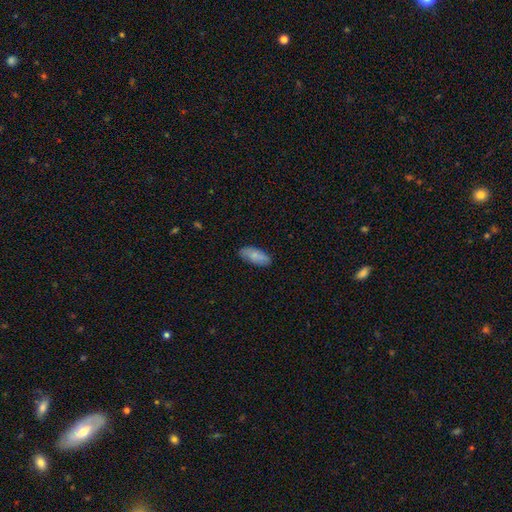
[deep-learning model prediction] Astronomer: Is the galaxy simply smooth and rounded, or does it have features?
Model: smooth — 80%.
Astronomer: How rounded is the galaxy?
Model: in between — 84%.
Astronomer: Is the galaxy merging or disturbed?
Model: none — 82%.